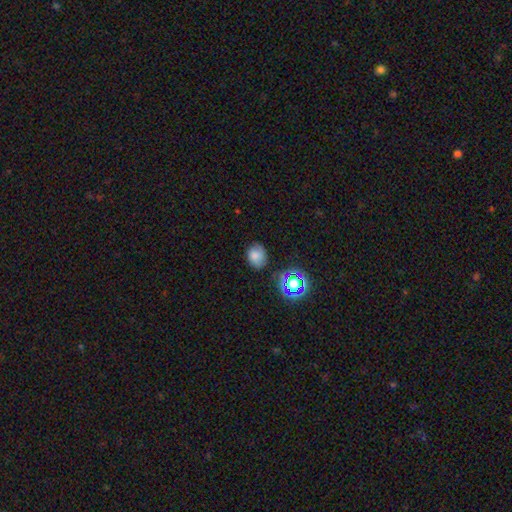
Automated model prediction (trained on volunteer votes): smooth_or_featured: smooth (p=0.74) [alt: star or artifact p=0.17]
how_rounded: round (p=0.54) [alt: in between p=0.45]
merging: none (p=0.71) [alt: minor disturbance p=0.21]